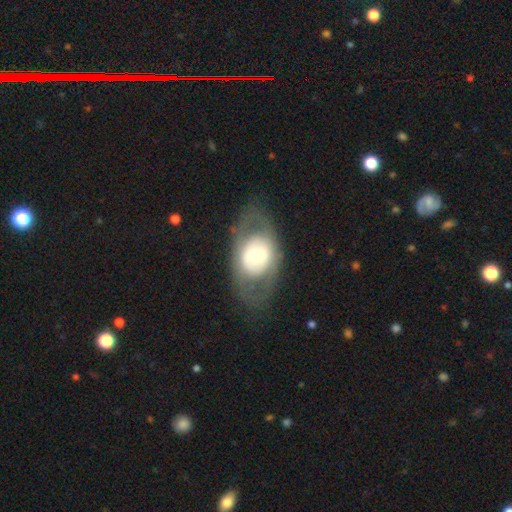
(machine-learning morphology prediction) This appears to be a featured or disk galaxy (52%). Merging: none (72%).